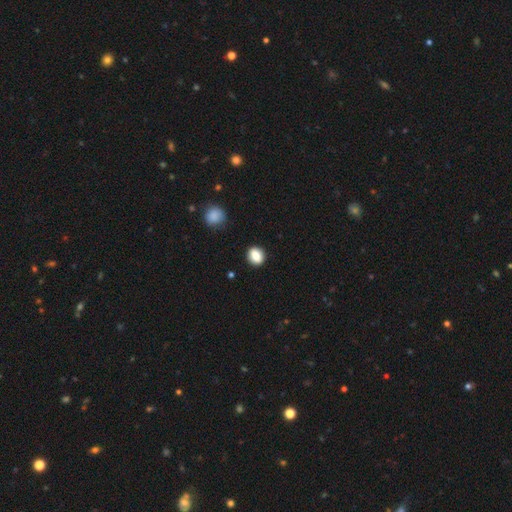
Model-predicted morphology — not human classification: smooth-or-featured: smooth: 84% | star or artifact: 9% | featured or disk: 7%
  how-rounded: round: 56% | in between: 43% | cigar-shaped: 2%
  merging: none: 89% | minor disturbance: 8% | major disturbance: 2% | merger: 1%